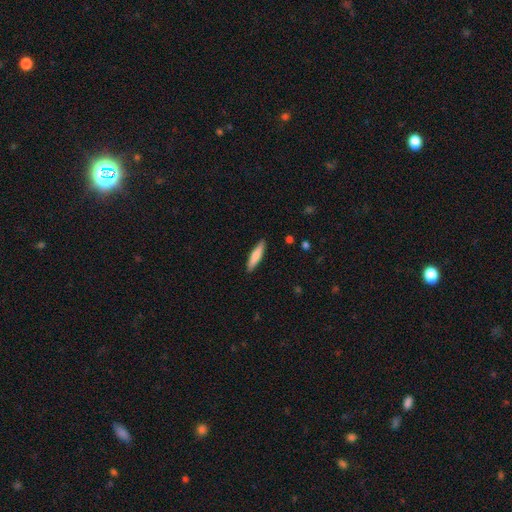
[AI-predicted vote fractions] smooth_or_featured: smooth (p=0.75) [alt: featured or disk p=0.19]
how_rounded: cigar-shaped (p=0.81) [alt: in between p=0.17]
merging: none (p=0.90) [alt: minor disturbance p=0.08]